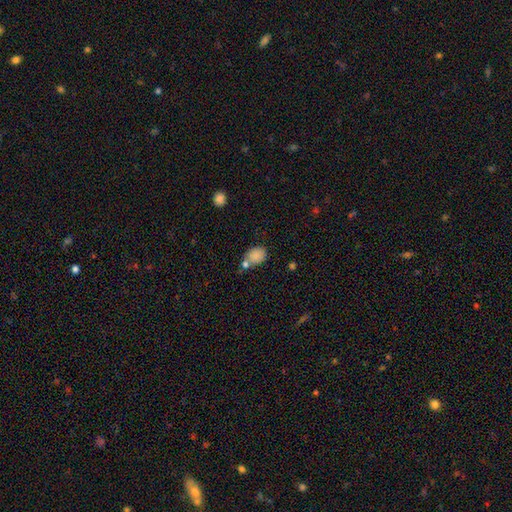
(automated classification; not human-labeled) A smooth galaxy with no disk features (85%) that is in between round and cigar-shaped (61%). Merging: none (56%).